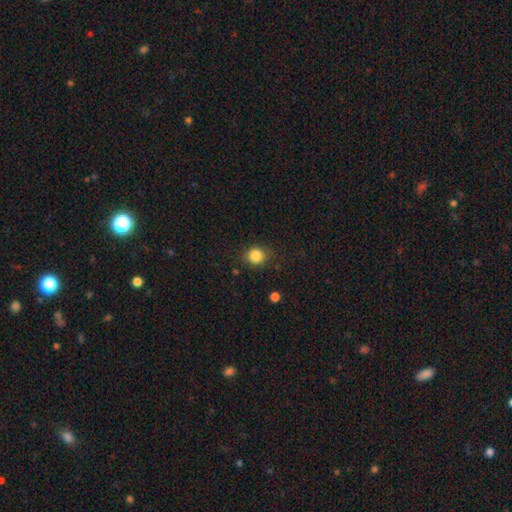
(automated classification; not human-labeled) smooth 86%, star or artifact 10%, featured or disk 4%. Down the decision tree: how rounded — round (87%); merging — none (83%).